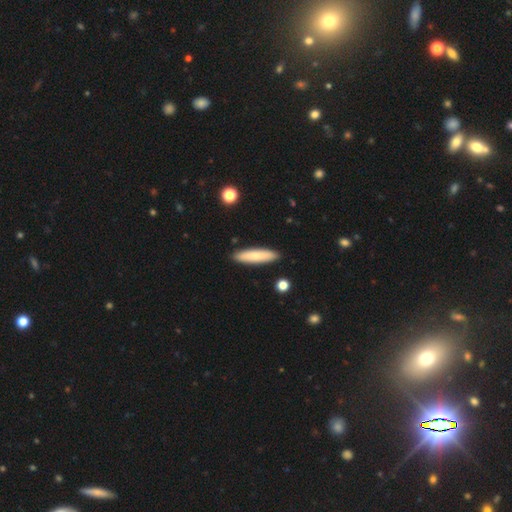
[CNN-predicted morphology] Smooth or featured: smooth — 79% (featured or disk — 16%)
How rounded: cigar-shaped — 81% (in between — 18%)
Merging: none — 90% (minor disturbance — 7%)